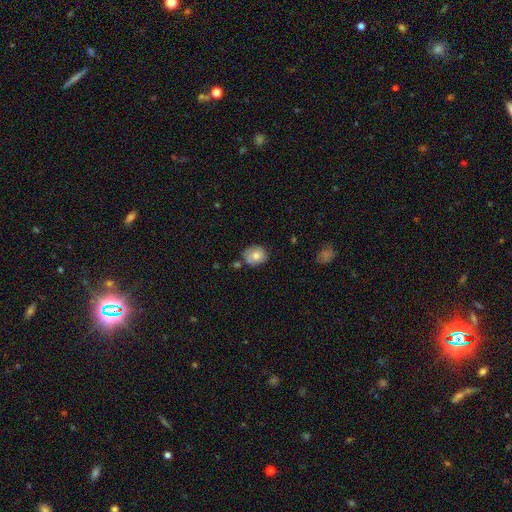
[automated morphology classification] Smooth or featured?
  - smooth: 75% *
  - featured or disk: 17%
  - star or artifact: 8%
How rounded?
  - round: 63% *
  - in between: 36%
  - cigar-shaped: 1%
Merging?
  - none: 65% *
  - minor disturbance: 22%
  - merger: 8%
  - major disturbance: 5%